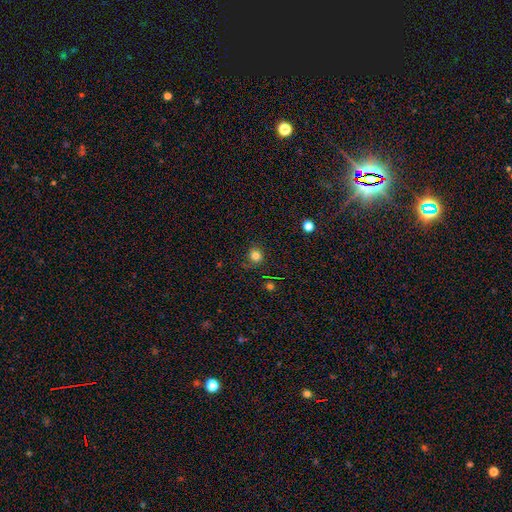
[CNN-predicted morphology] Smooth or featured?
  - smooth: 81% *
  - star or artifact: 14%
  - featured or disk: 5%
How rounded?
  - round: 90% *
  - in between: 9%
  - cigar-shaped: 1%
Merging?
  - none: 84% *
  - minor disturbance: 11%
  - major disturbance: 3%
  - merger: 2%